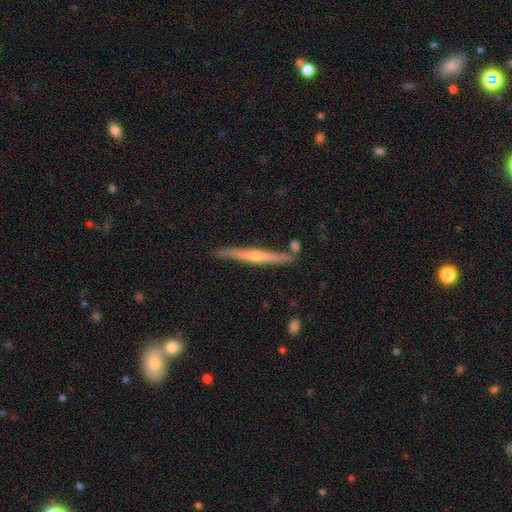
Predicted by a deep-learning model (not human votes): The model was most divided on "smooth or featured": featured or disk: 73%, smooth: 21%, star or artifact: 6%. More confident: edge-on disk — yes (97%); merging — none (84%); edge-on bulge — rounded (82%).